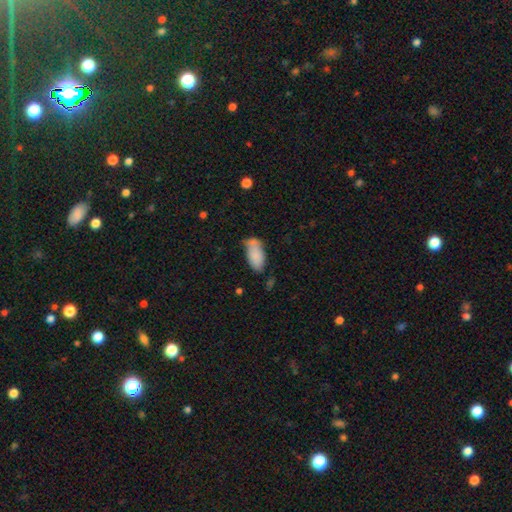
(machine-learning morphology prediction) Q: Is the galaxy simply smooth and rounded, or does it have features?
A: smooth — 84%.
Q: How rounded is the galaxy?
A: in between — 92%.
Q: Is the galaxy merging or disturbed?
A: none — 47%.